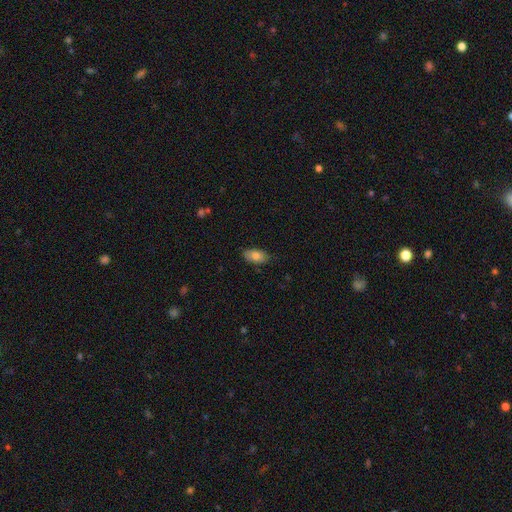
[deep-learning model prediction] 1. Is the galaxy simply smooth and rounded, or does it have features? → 81% smooth, 12% featured or disk, 7% star or artifact.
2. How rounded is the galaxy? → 92% in between, 4% round, 4% cigar-shaped.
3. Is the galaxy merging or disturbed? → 82% none, 15% minor disturbance, 2% major disturbance, 1% merger.